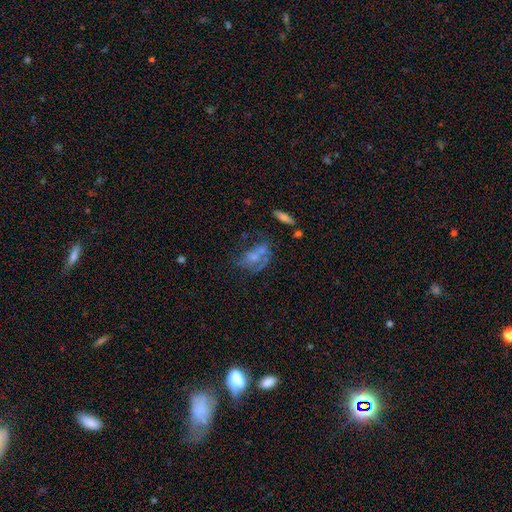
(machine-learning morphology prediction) A featured or disk galaxy (48%).

Vote fractions:
- Smooth or featured? featured or disk: 48% / smooth: 37% / star or artifact: 14%
- Merging? none: 33% / major disturbance: 27% / merger: 21% / minor disturbance: 20%